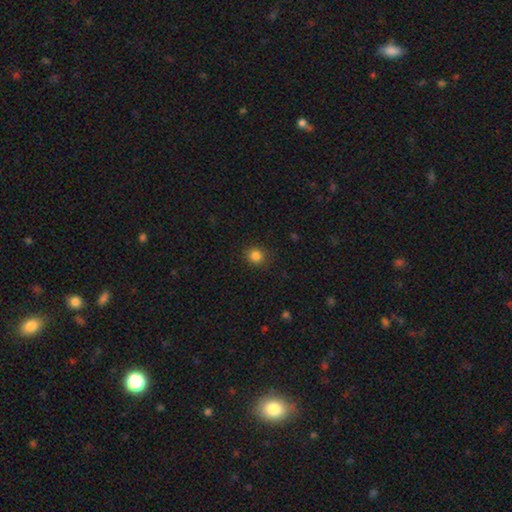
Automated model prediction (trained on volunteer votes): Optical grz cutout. It shows a smooth galaxy with no disk features (84%) that is round (87%). Merging: none (88%).